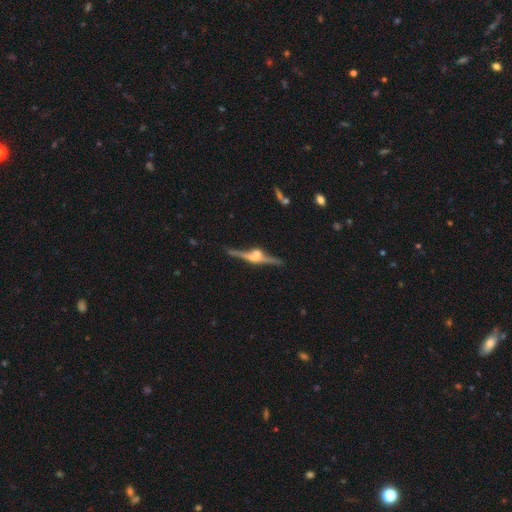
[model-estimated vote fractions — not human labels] Morphology: type=featured or disk (87%); edge-on=yes (97%); edge-on bulge=rounded (92%); merging=none (81%).